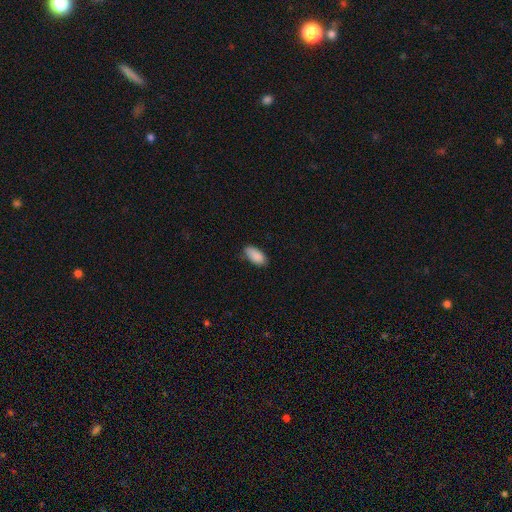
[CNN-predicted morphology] The model was most divided on "merging": none: 77%, minor disturbance: 19%, major disturbance: 3%, merger: 1%. More confident: how rounded — in between (91%); smooth or featured — smooth (89%).